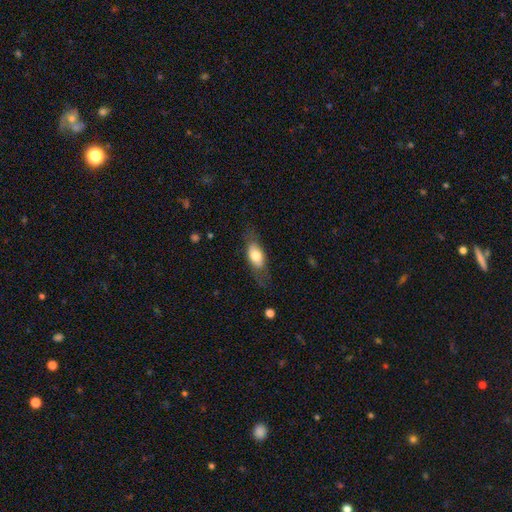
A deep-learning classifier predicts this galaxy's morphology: This is likely a smooth galaxy (69%). How rounded: likely in between (78%). Merging: likely none (71%).